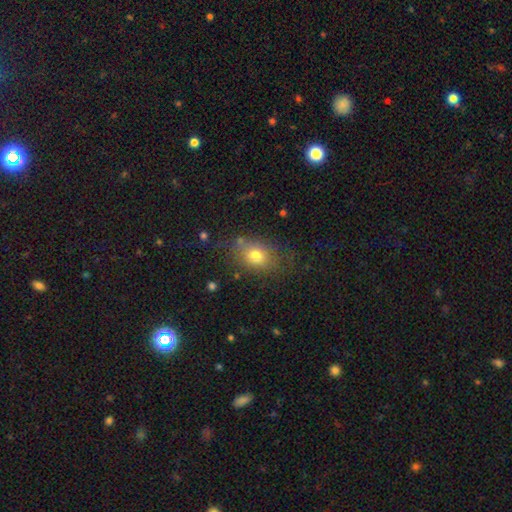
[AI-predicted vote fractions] smooth_or_featured: smooth (p=0.74) [alt: featured or disk p=0.13]
how_rounded: in between (p=0.62) [alt: round p=0.36]
merging: none (p=0.71) [alt: minor disturbance p=0.17]